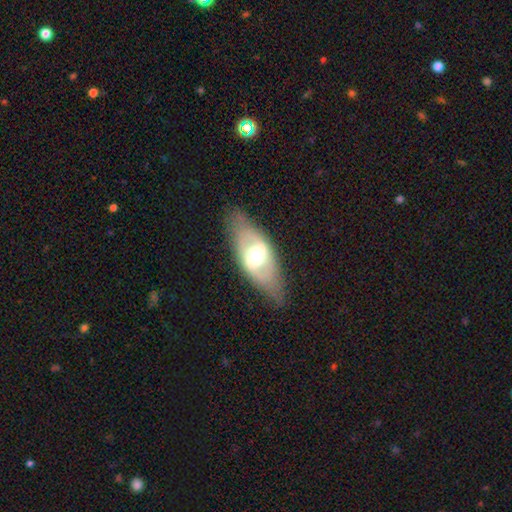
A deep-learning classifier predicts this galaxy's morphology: A featured or disk galaxy (64%) with a strong bar (45%), no spiral arms (66%) and a moderate central bulge (63%).

Vote fractions:
- Smooth or featured? featured or disk: 64% / smooth: 30% / star or artifact: 6%
- Edge-on disk? no: 79% / yes: 21%
- Bar? strong: 45% / weak: 34% / no: 21%
- Spiral arms? no: 66% / yes: 34%
- Bulge size? moderate: 63% / large: 24% / small: 10% / dominant: 2% / none: 1%
- Merging? none: 76% / minor disturbance: 16% / major disturbance: 7% / merger: 1%